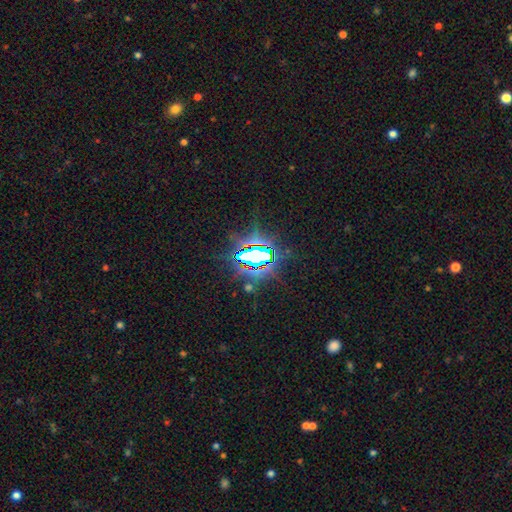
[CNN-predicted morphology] Smooth or featured: star or artifact — 77% (smooth — 12%)